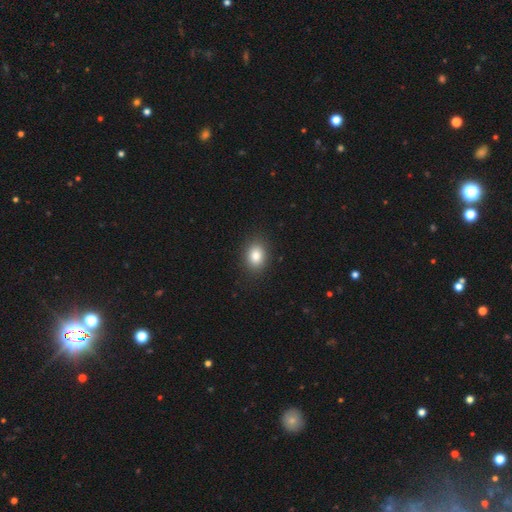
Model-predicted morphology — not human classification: A smooth galaxy with no disk features (84%) that is in between round and cigar-shaped (70%). Merging: none (88%).